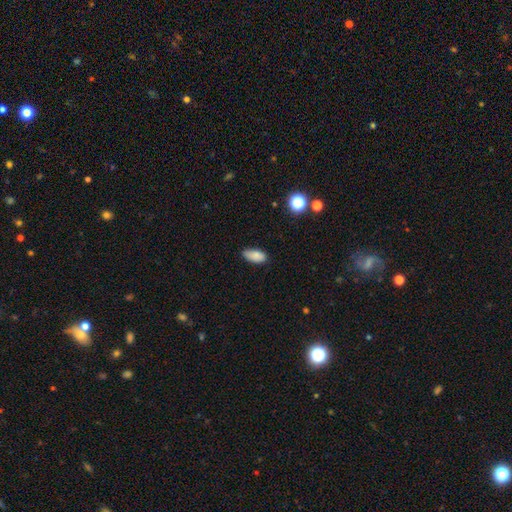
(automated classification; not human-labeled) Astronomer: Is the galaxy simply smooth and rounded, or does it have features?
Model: smooth — 84%.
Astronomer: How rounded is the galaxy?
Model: in between — 90%.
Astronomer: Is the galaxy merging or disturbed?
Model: none — 70%.